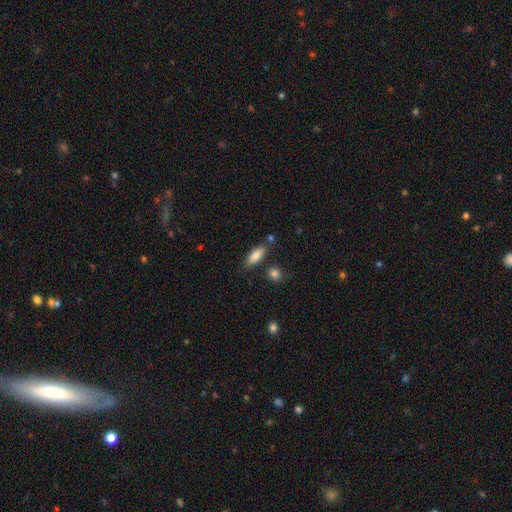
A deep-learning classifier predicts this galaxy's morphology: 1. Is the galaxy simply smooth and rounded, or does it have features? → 85% smooth, 9% featured or disk, 7% star or artifact.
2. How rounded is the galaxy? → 75% in between, 23% cigar-shaped, 3% round.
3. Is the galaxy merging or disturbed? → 76% none, 14% minor disturbance, 6% merger, 3% major disturbance.